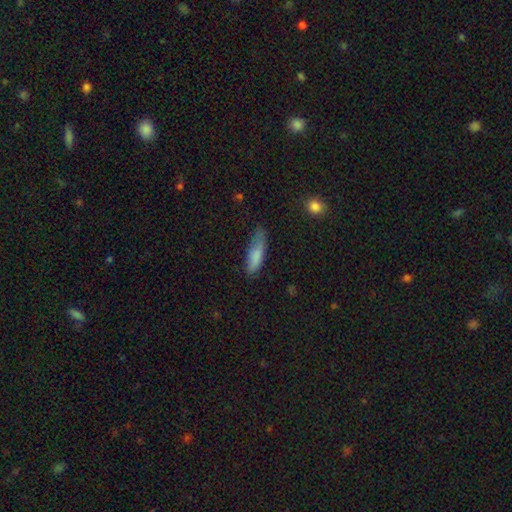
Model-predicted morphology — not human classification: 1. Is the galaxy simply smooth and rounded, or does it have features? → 82% smooth, 11% featured or disk, 6% star or artifact.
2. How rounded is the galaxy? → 50% cigar-shaped, 48% in between, 2% round.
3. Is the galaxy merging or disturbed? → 53% none, 35% minor disturbance, 10% major disturbance, 2% merger.